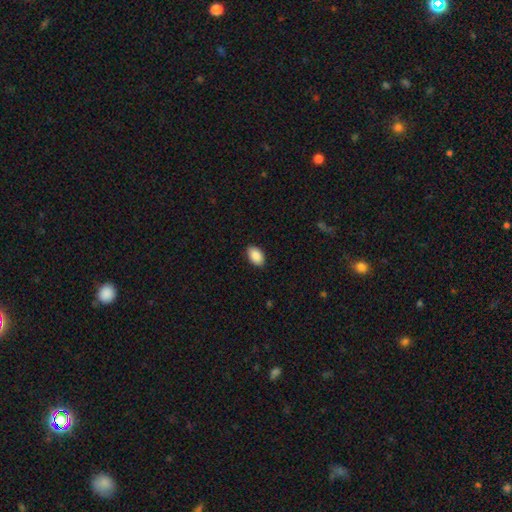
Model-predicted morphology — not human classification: Q: Smooth or featured?
A: smooth (90%); runner-up: star or artifact (7%)
Q: How rounded?
A: in between (92%); runner-up: round (6%)
Q: Merging?
A: none (89%); runner-up: minor disturbance (8%)